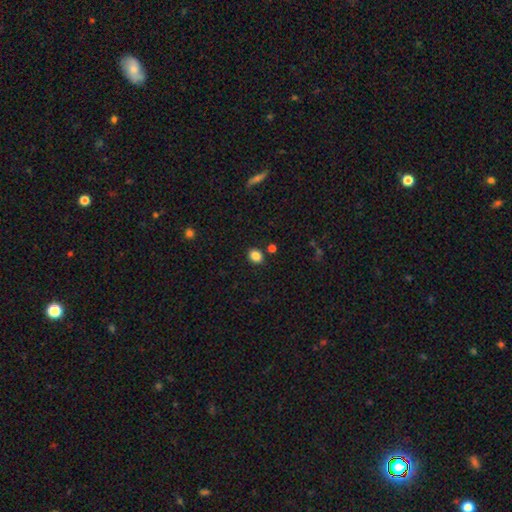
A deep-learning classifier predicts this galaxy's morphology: The model was most divided on "how rounded": round: 50%, in between: 49%, cigar-shaped: 1%. More confident: smooth or featured — smooth (85%); merging — none (85%).